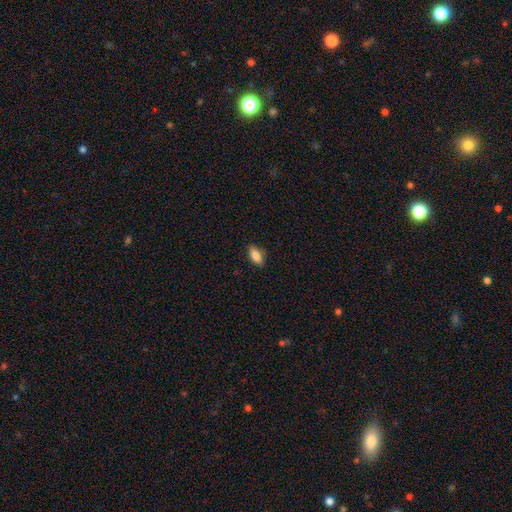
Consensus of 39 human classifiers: Overall: smooth (87%). How rounded: in between (91%). Merging: none (92%).